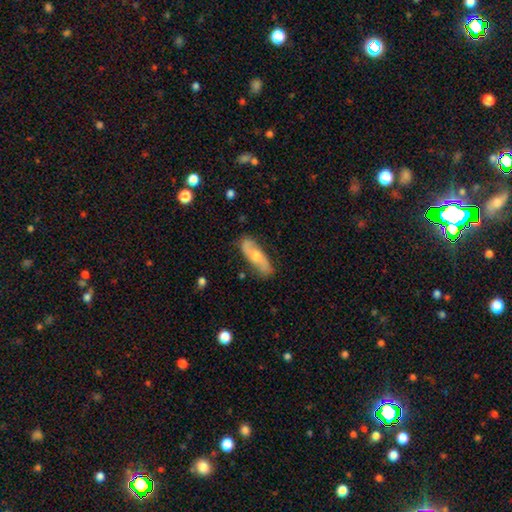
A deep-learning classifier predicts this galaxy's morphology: Overall: featured or disk (62%; smooth 31%). Edge-on disk: no (79%). Merging: none (81%).